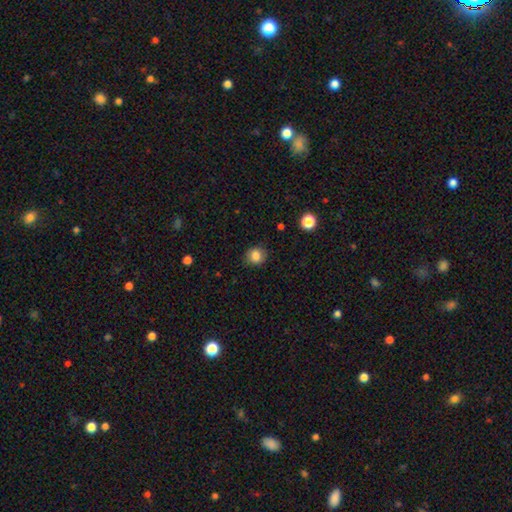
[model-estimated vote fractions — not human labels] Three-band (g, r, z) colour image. It shows a smooth galaxy with no disk features (84%) that is round (78%). Merging: none (83%).